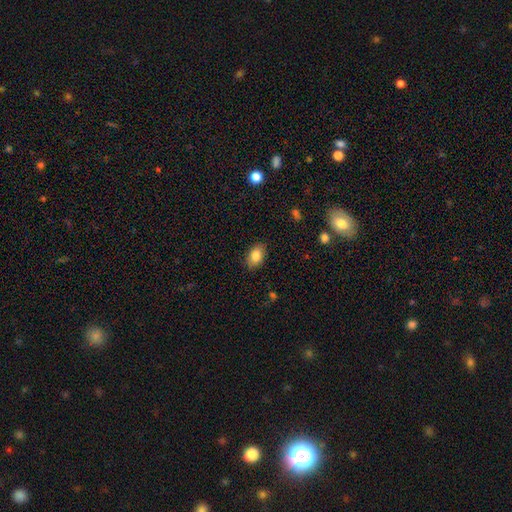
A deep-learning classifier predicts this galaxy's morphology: Q: Smooth or featured?
A: smooth (84%); runner-up: featured or disk (8%)
Q: How rounded?
A: in between (88%); runner-up: round (10%)
Q: Merging?
A: none (87%); runner-up: minor disturbance (9%)